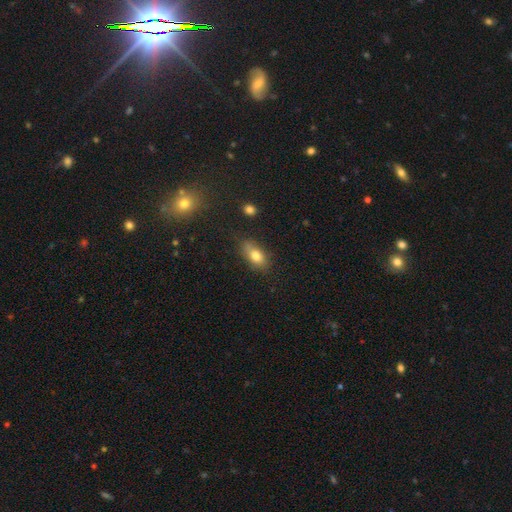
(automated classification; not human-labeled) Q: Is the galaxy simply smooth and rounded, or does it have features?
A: smooth — 79%.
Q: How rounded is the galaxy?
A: in between — 85%.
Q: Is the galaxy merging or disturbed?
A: none — 66%.